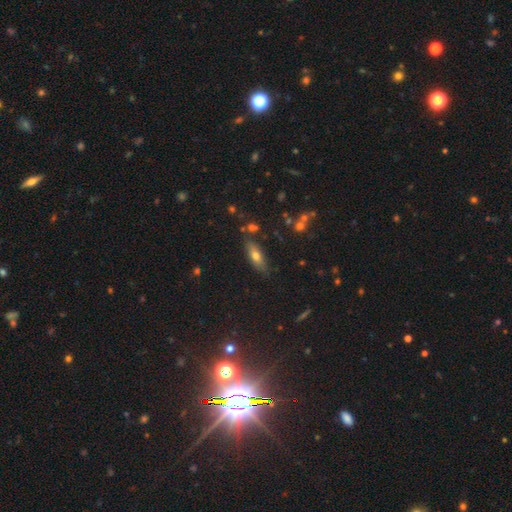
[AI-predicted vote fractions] Overall: smooth (62%; featured or disk 27%). How rounded: in between (61%; cigar-shaped 35%). Merging: none (79%).